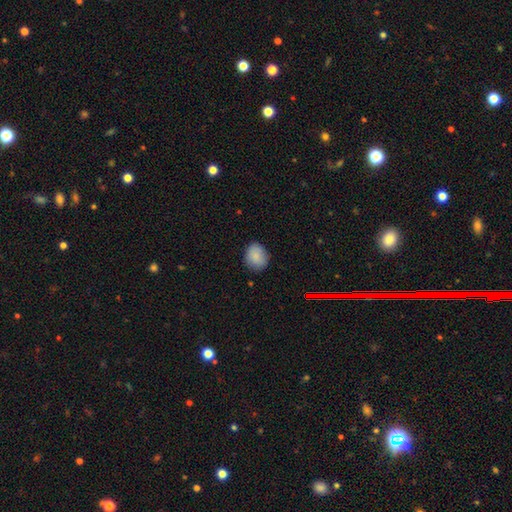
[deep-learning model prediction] smooth_or_featured: smooth (p=0.87) [alt: star or artifact p=0.08]
how_rounded: round (p=0.54) [alt: in between p=0.45]
merging: none (p=0.82) [alt: minor disturbance p=0.15]